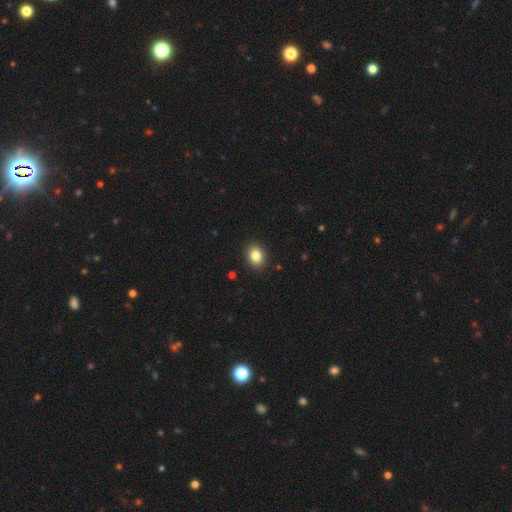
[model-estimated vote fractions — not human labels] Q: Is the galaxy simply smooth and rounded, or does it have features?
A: smooth — 84%.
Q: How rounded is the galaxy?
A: in between — 60%.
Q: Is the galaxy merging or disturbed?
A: none — 90%.